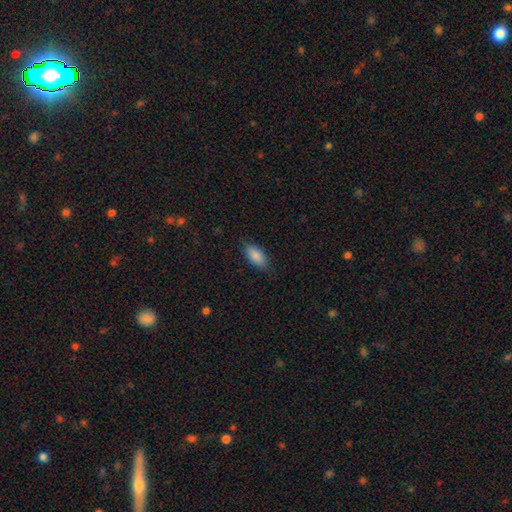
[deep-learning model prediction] Smooth or featured: smooth — 87% (star or artifact — 7%)
How rounded: in between — 88% (cigar-shaped — 9%)
Merging: none — 81% (minor disturbance — 15%)